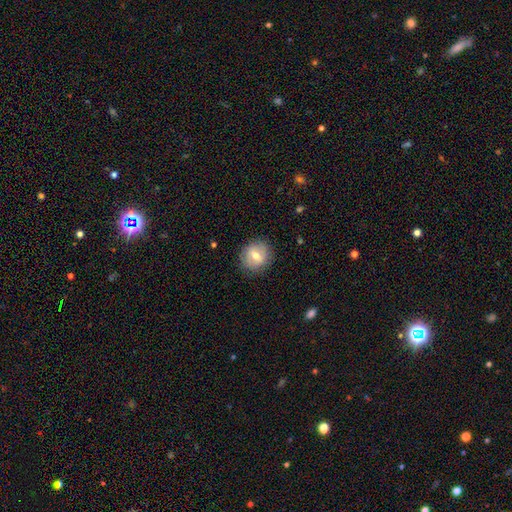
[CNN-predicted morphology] This appears to be a smooth galaxy with no disk features (53%) that is round (81%). Merging: none (84%).